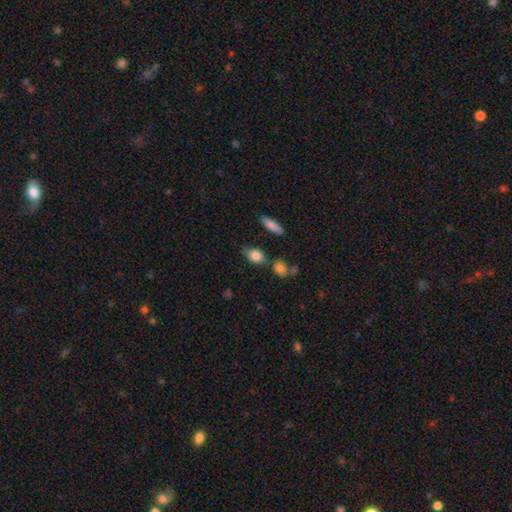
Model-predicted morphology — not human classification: A smooth galaxy with no disk features (83%) that is in between round and cigar-shaped (72%).

Vote fractions:
- Smooth or featured? smooth: 83% / featured or disk: 9% / star or artifact: 8%
- How rounded? in between: 72% / round: 24% / cigar-shaped: 5%
- Merging? none: 66% / minor disturbance: 20% / merger: 9% / major disturbance: 5%